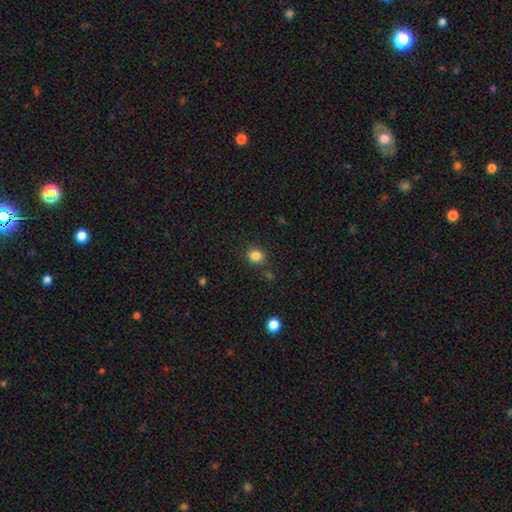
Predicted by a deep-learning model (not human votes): smooth-or-featured: smooth: 84% | star or artifact: 12% | featured or disk: 4%
  how-rounded: round: 71% | in between: 28% | cigar-shaped: 1%
  merging: none: 84% | minor disturbance: 10% | merger: 3% | major disturbance: 3%